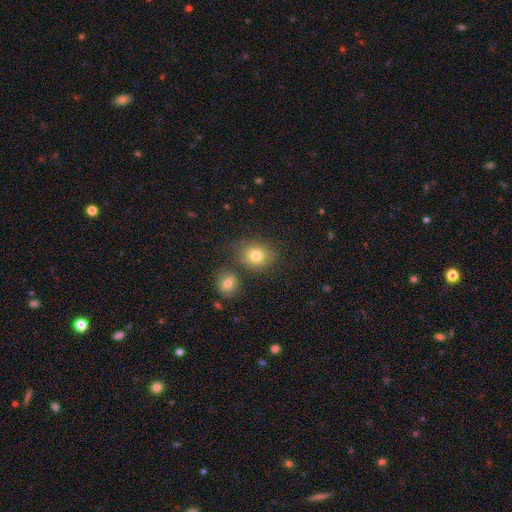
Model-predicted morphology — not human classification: smooth_or_featured: smooth (p=0.79) [alt: star or artifact p=0.11]
how_rounded: round (p=0.65) [alt: in between p=0.34]
merging: none (p=0.72) [alt: merger p=0.13]